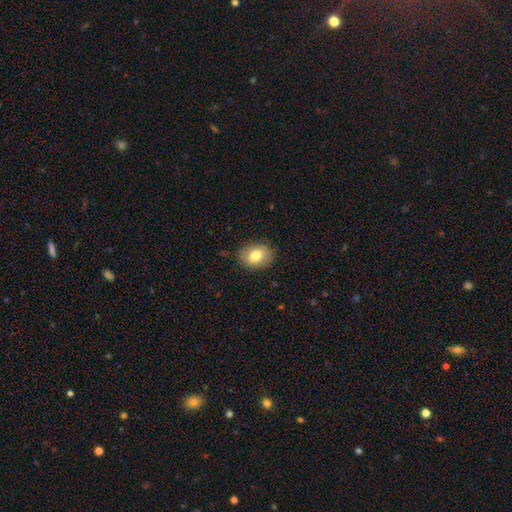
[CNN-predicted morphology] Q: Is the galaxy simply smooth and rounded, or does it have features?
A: smooth — 78%.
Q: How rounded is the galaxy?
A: in between — 66%.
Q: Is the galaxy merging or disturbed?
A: none — 83%.